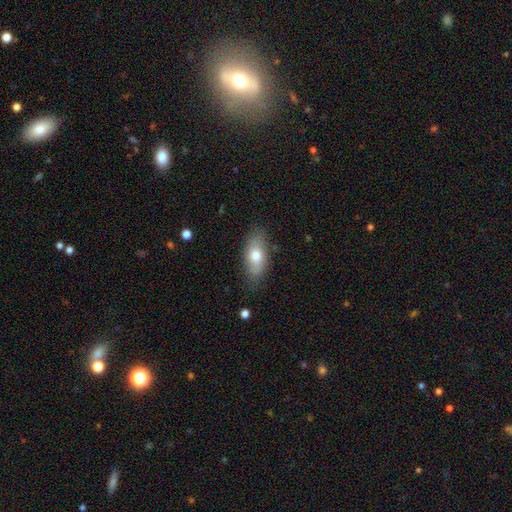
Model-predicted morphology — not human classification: Q: Smooth or featured?
A: smooth (73%); runner-up: featured or disk (20%)
Q: How rounded?
A: in between (85%); runner-up: cigar-shaped (10%)
Q: Merging?
A: none (78%); runner-up: minor disturbance (17%)